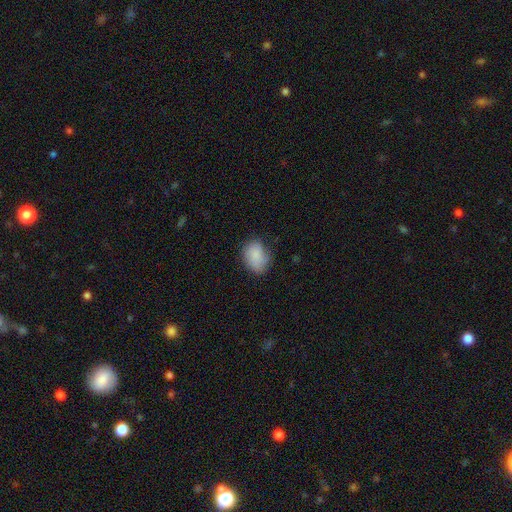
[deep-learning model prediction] Smooth or featured? smooth (81%)
How rounded? in between (71%)
Merging? none (61%)